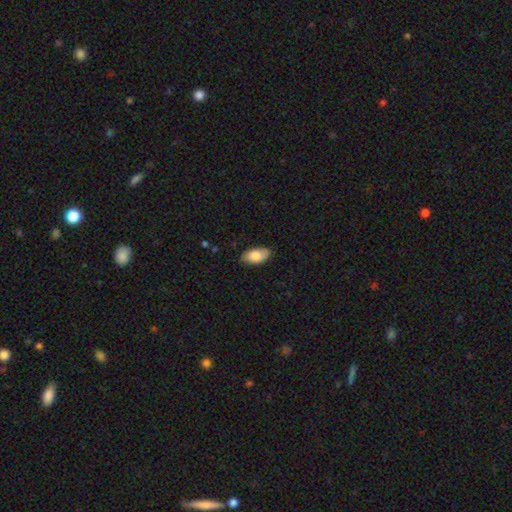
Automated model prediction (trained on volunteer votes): Q: Smooth or featured?
A: smooth (84%); runner-up: featured or disk (10%)
Q: How rounded?
A: in between (94%); runner-up: round (3%)
Q: Merging?
A: none (81%); runner-up: minor disturbance (15%)